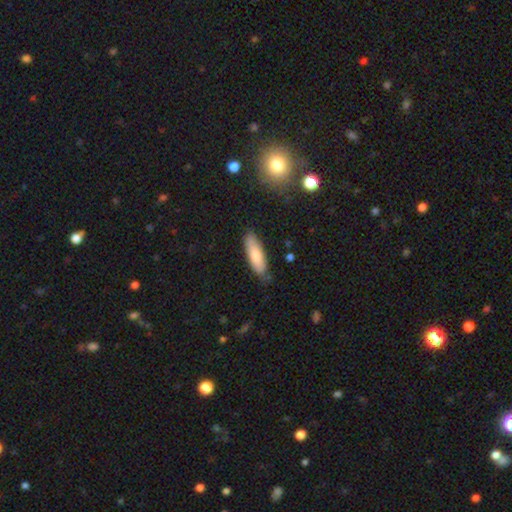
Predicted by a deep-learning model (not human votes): A smooth galaxy with no disk features (79%) that is in between round and cigar-shaped (53%). Merging: none (79%).